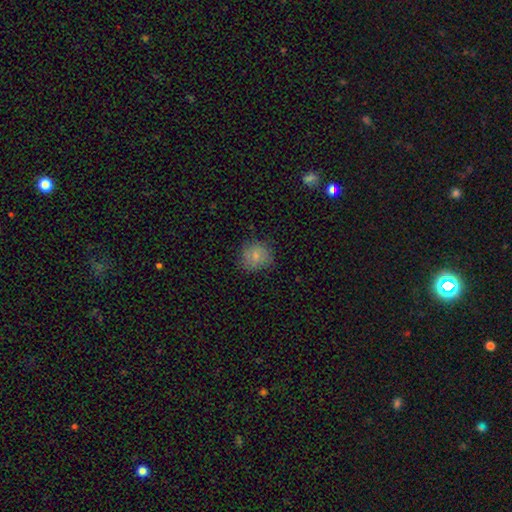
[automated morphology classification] Smooth or featured? Predicted: smooth (p=0.78). How rounded? Predicted: round (p=0.85). Merging? Predicted: none (p=0.75).